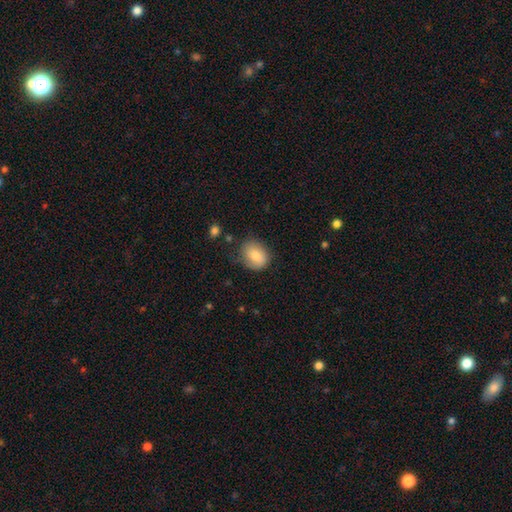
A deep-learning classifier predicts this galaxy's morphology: This appears to be a smooth galaxy with no disk features (79%) that is in between round and cigar-shaped (53%). Merging: none (69%).